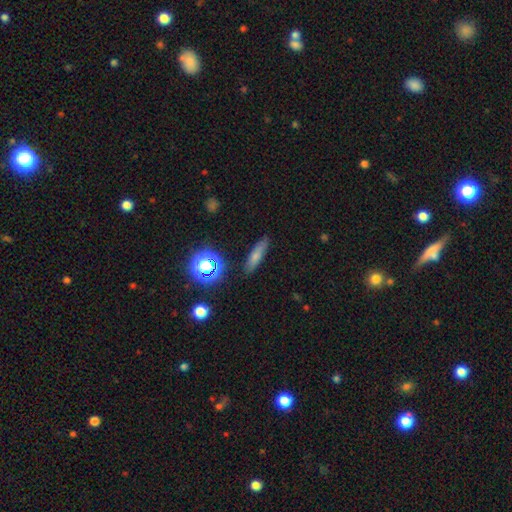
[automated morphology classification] smooth_or_featured: smooth (p=0.68) [alt: featured or disk p=0.17]
how_rounded: cigar-shaped (p=0.65) [alt: in between p=0.29]
merging: none (p=0.82) [alt: minor disturbance p=0.12]